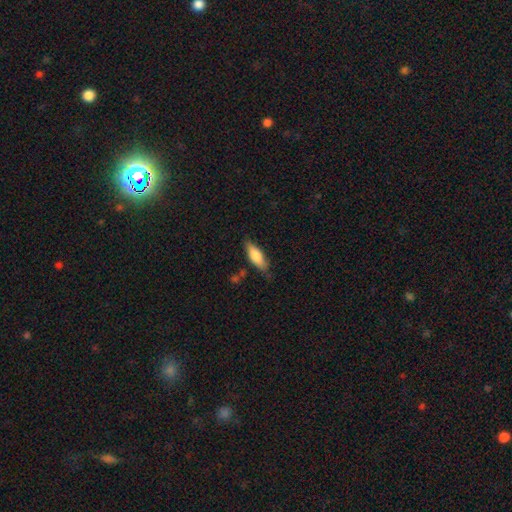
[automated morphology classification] smooth 74%, featured or disk 20%, star or artifact 6%. Down the decision tree: how rounded — in between (59%); merging — none (75%).